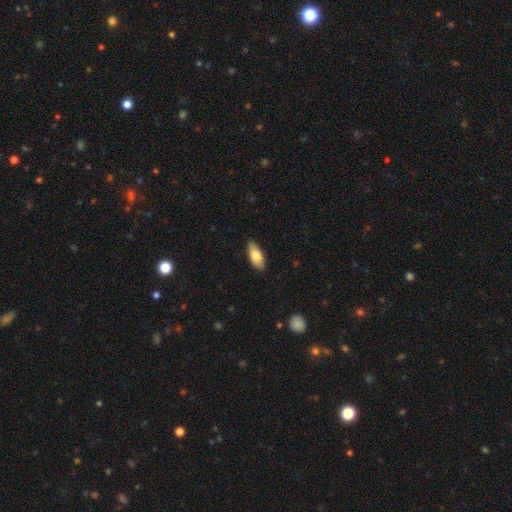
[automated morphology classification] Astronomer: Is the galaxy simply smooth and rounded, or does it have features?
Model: smooth — 77%.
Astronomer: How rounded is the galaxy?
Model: in between — 84%.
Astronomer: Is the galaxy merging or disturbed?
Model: none — 85%.